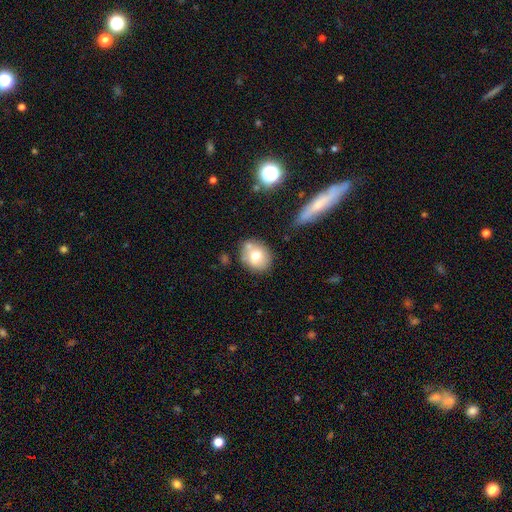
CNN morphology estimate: type=smooth (70%); roundness=round (68%); merging=none (68%).